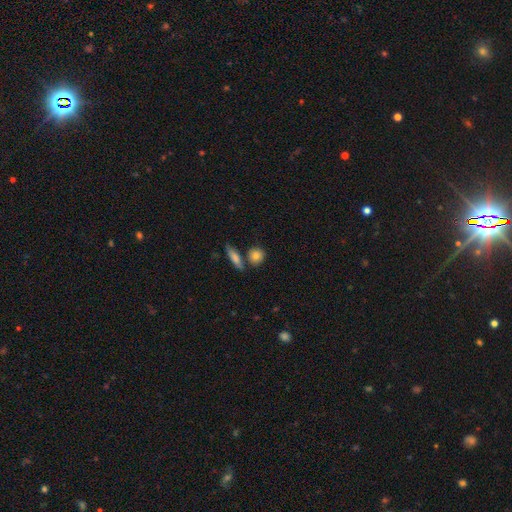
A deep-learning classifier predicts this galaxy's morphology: type=smooth (81%); roundness=round (70%); merging=none (69%).